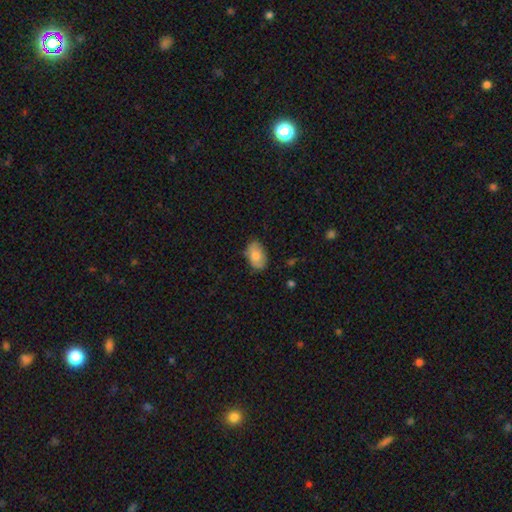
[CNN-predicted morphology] Smooth or featured?
  - smooth: 78% *
  - featured or disk: 15%
  - star or artifact: 7%
How rounded?
  - in between: 90% *
  - round: 9%
  - cigar-shaped: 1%
Merging?
  - none: 72% *
  - minor disturbance: 23%
  - major disturbance: 4%
  - merger: 1%